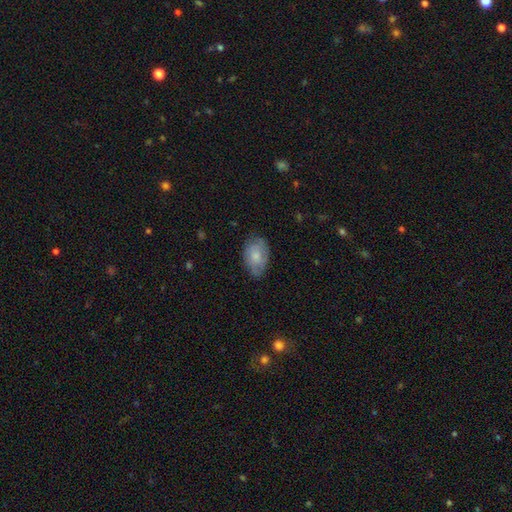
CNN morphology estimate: A smooth galaxy with no disk features (69%) that is in between round and cigar-shaped (90%). Merging: none (68%).